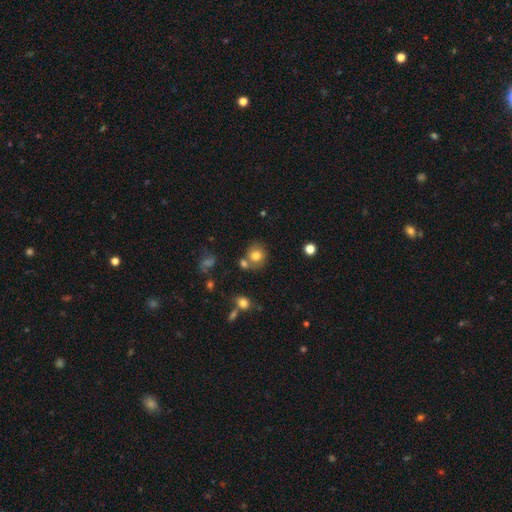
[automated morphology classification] Q: Smooth or featured?
A: smooth (79%); runner-up: star or artifact (11%)
Q: How rounded?
A: round (83%); runner-up: in between (16%)
Q: Merging?
A: none (66%); runner-up: merger (18%)